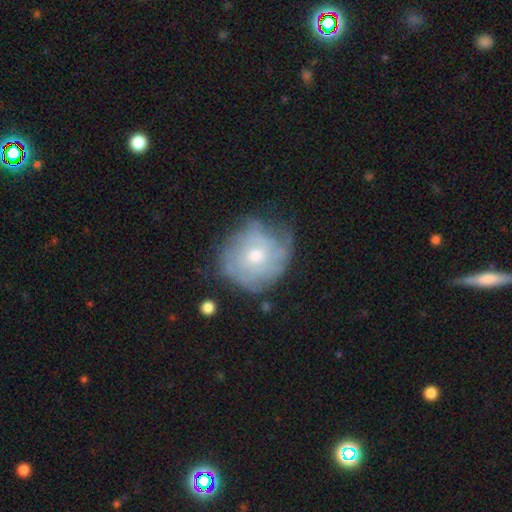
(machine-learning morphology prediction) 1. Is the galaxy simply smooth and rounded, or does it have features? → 57% featured or disk, 35% smooth, 8% star or artifact.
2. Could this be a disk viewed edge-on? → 97% no, 3% yes.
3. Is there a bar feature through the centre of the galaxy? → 81% no, 17% weak, 2% strong.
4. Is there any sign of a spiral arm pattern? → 59% yes, 41% no.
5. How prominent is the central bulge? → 65% moderate, 27% small, 6% large, 2% none, 1% dominant.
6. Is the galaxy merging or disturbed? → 56% none, 28% minor disturbance, 14% major disturbance, 2% merger.